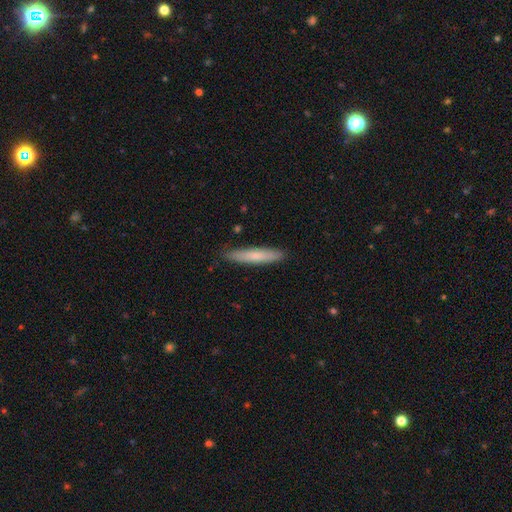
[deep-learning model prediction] This is likely a smooth galaxy (73%). How rounded: clearly cigar-shaped (91%). Merging: clearly none (87%).